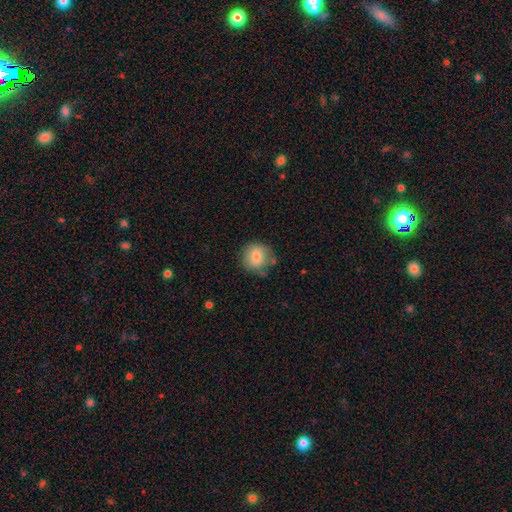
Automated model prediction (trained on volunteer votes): The model was most divided on "merging": none: 73%, minor disturbance: 19%, major disturbance: 5%, merger: 3%. More confident: how rounded — round (88%); smooth or featured — smooth (79%).